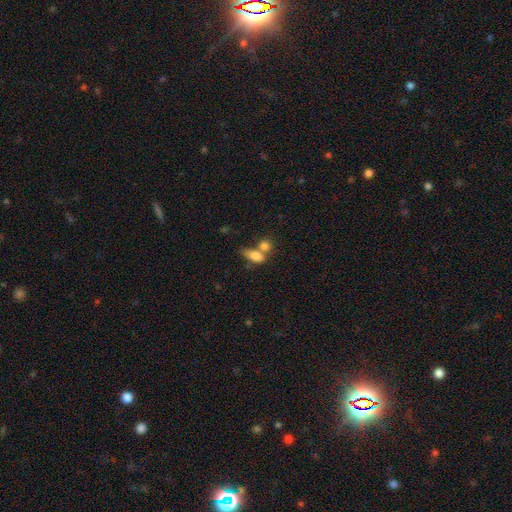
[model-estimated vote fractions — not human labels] Smooth or featured? Predicted: smooth (p=0.78). How rounded? Predicted: in between (p=0.78). Merging? Predicted: merger (p=0.52).